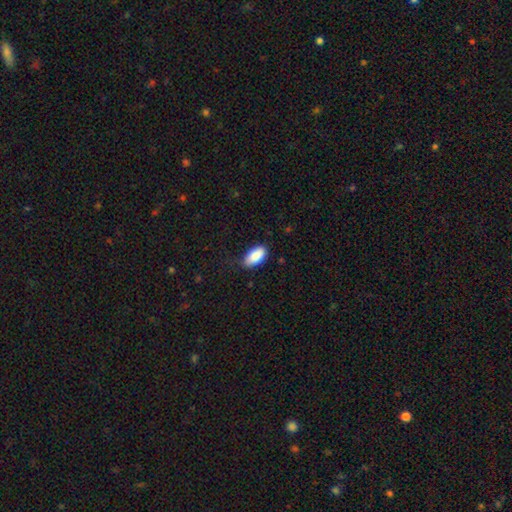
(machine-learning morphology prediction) Smooth or featured? Predicted: smooth (p=0.87). How rounded? Predicted: in between (p=0.94). Merging? Predicted: none (p=0.72).